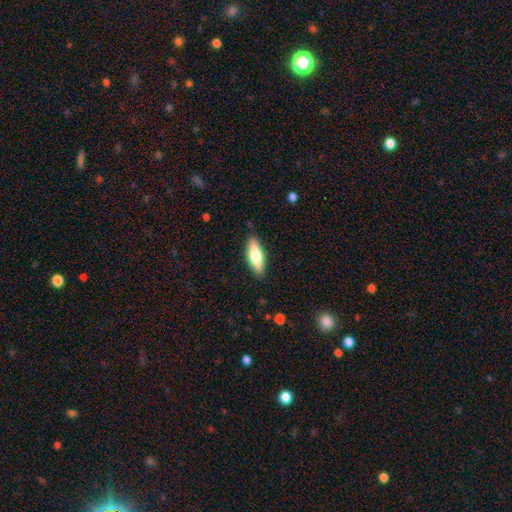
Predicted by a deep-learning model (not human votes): Overall: smooth (66%; featured or disk 28%). How rounded: in between (53%; cigar-shaped 45%). Merging: none (88%).